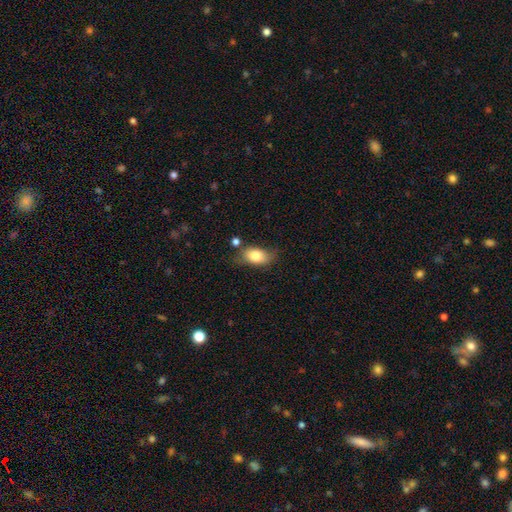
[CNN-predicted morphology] This appears to be a smooth galaxy with no disk features (80%) that is in between round and cigar-shaped (87%). Merging: none (65%).